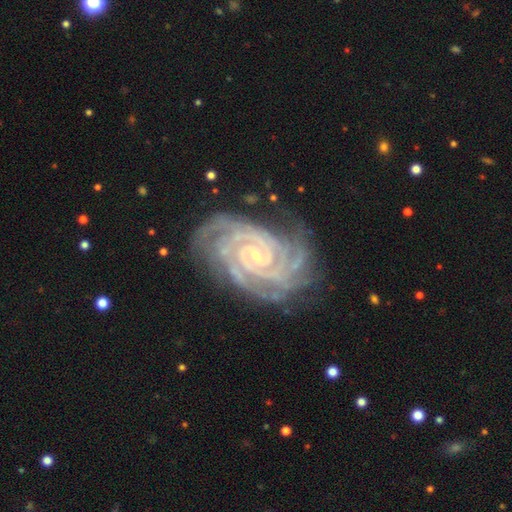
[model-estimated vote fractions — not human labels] featured or disk 93%, star or artifact 5%, smooth 3%. Down the decision tree: edge-on disk — no (98%); bar — no (46%); spiral arms — yes (99%); spiral arm count — 2 (25%); spiral winding — tight (84%); bulge size — small (82%); merging — none (75%).